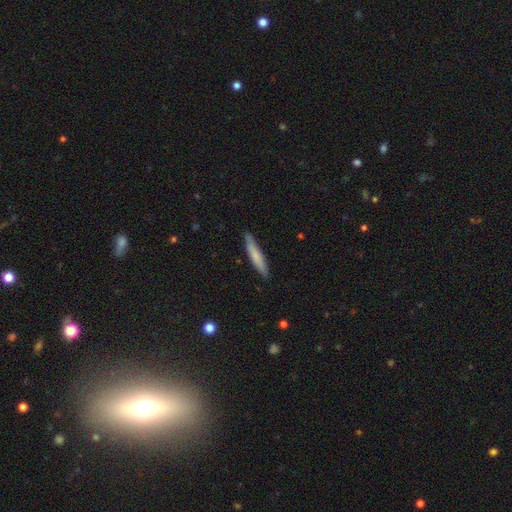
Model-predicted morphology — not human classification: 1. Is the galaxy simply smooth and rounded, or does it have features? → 72% smooth, 22% featured or disk, 5% star or artifact.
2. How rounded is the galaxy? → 92% cigar-shaped, 7% in between, 1% round.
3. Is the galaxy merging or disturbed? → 86% none, 11% minor disturbance, 2% major disturbance, 1% merger.